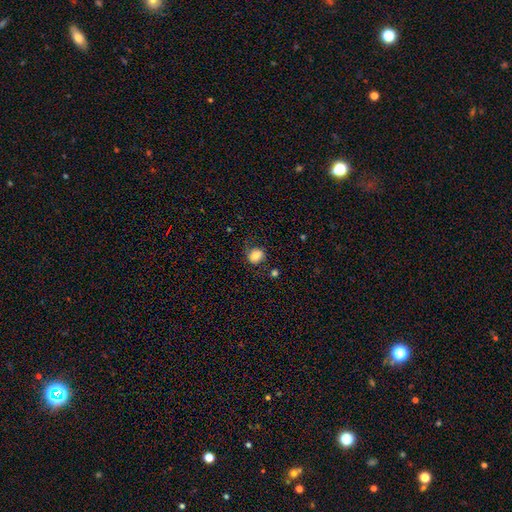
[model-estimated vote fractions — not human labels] smooth_or_featured: smooth (p=0.78) [alt: featured or disk p=0.13]
how_rounded: round (p=0.69) [alt: in between p=0.30]
merging: none (p=0.66) [alt: minor disturbance p=0.21]